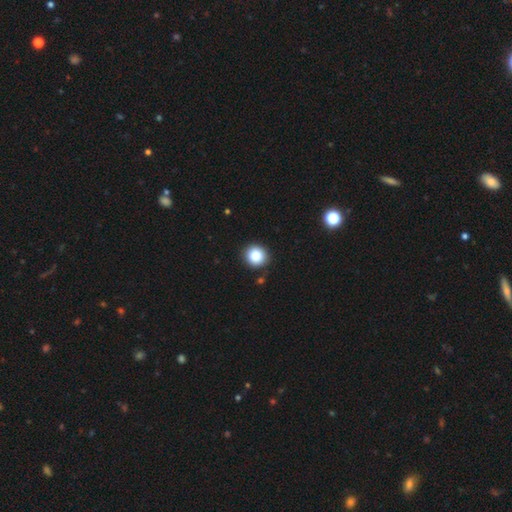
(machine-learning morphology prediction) This is clearly a smooth galaxy (84%). How rounded: clearly round (89%). Merging: clearly none (89%).